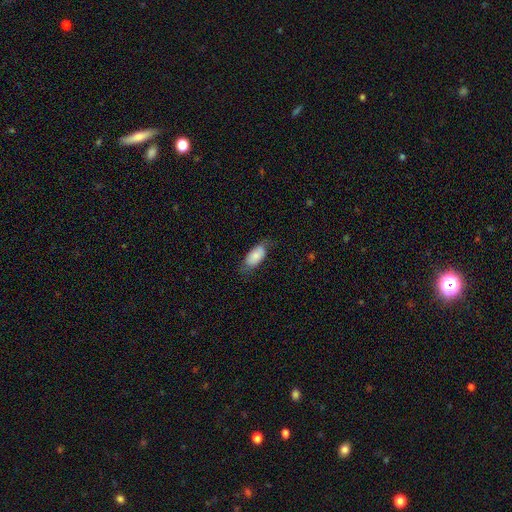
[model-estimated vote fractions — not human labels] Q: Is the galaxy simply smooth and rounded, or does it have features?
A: smooth — 78%.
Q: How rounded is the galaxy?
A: in between — 91%.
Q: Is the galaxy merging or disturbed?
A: none — 65%.